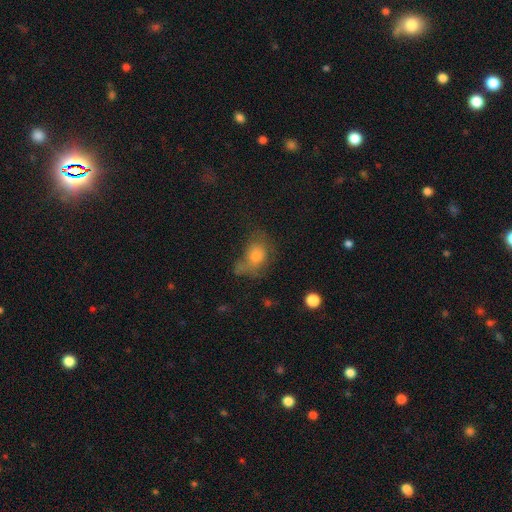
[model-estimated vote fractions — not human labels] Q: Smooth or featured?
A: smooth (66%); runner-up: featured or disk (20%)
Q: How rounded?
A: in between (59%); runner-up: round (39%)
Q: Merging?
A: none (38%); runner-up: major disturbance (27%)